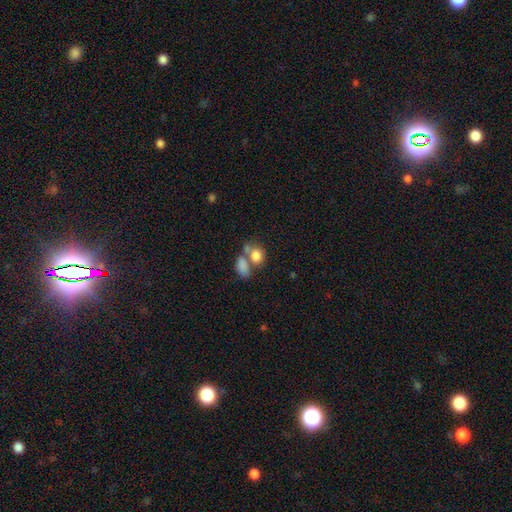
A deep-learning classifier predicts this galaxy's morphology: Smooth or featured? smooth (80%)
How rounded? in between (60%)
Merging? merger (49%)